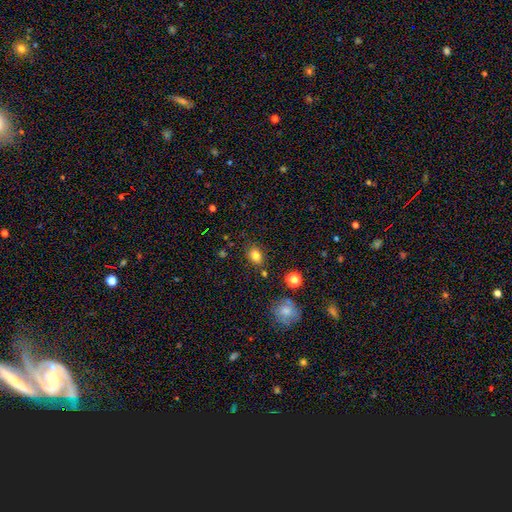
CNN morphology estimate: smooth-or-featured: smooth: 81% | star or artifact: 12% | featured or disk: 7%
  how-rounded: in between: 63% | round: 36% | cigar-shaped: 1%
  merging: none: 79% | minor disturbance: 13% | merger: 5% | major disturbance: 3%